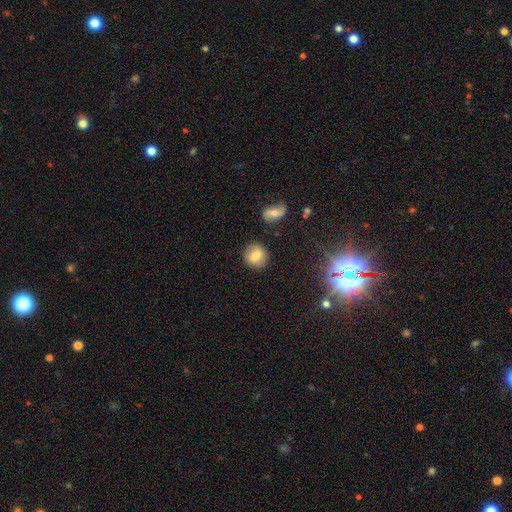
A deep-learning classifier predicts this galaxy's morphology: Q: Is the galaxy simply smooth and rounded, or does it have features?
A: smooth — 78%.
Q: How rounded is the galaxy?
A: round — 81%.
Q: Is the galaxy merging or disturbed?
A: none — 84%.